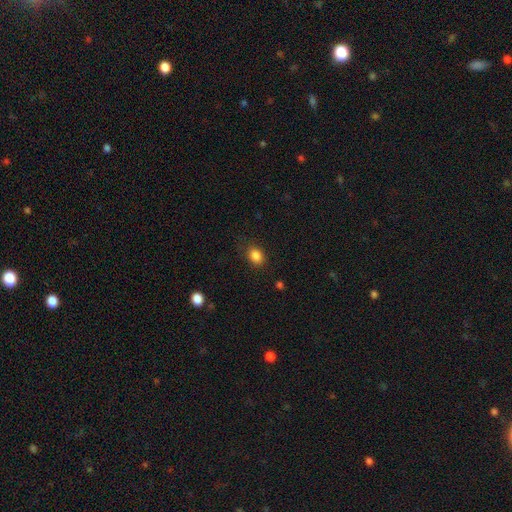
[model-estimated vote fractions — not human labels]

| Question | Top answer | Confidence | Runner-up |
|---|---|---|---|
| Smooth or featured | smooth | 85% | star or artifact (10%) |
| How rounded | in between | 57% | round (42%) |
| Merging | none | 84% | minor disturbance (12%) |